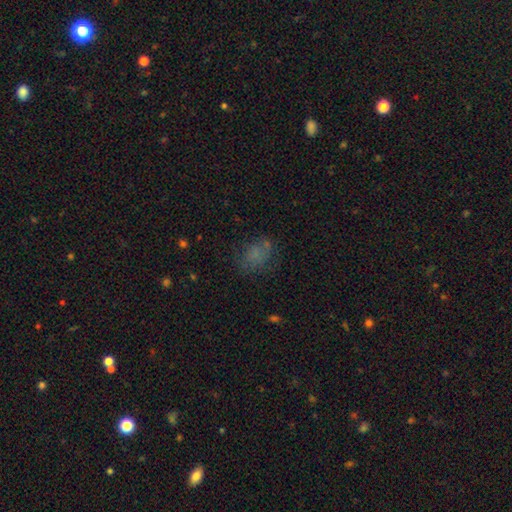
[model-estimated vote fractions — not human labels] A smooth galaxy with no disk features (62%) that is in between round and cigar-shaped (68%). Merging: none (59%).